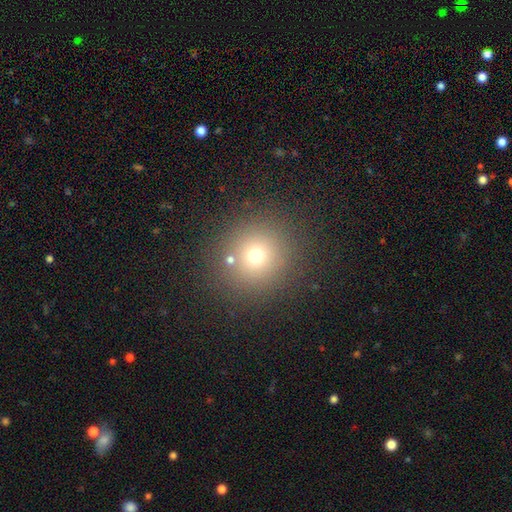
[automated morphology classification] Overall: smooth (70%). How rounded: round (92%). Merging: none (83%).